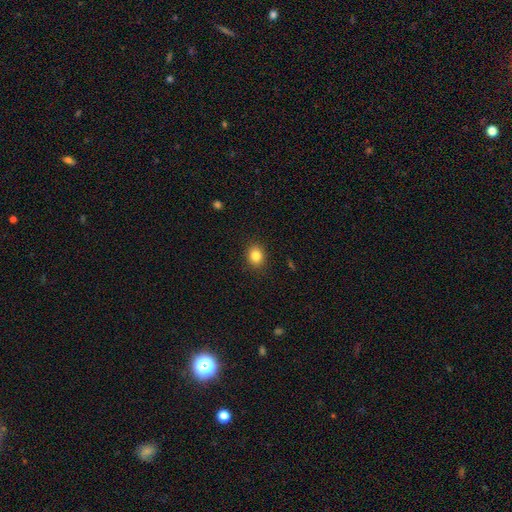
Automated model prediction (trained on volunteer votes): Q: Smooth or featured?
A: smooth (84%); runner-up: star or artifact (10%)
Q: How rounded?
A: round (62%); runner-up: in between (37%)
Q: Merging?
A: none (90%); runner-up: minor disturbance (7%)